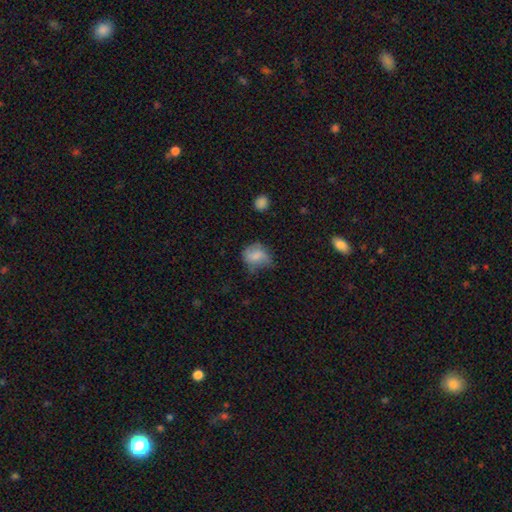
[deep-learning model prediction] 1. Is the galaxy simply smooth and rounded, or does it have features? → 69% smooth, 21% featured or disk, 9% star or artifact.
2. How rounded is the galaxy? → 55% round, 43% in between, 1% cigar-shaped.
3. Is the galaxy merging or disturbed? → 43% none, 35% minor disturbance, 20% major disturbance, 2% merger.